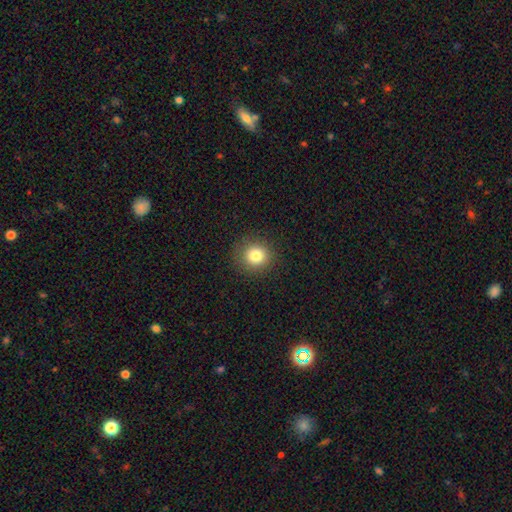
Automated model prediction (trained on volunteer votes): smooth 81%, star or artifact 12%, featured or disk 7%. Down the decision tree: how rounded — round (90%); merging — none (90%).